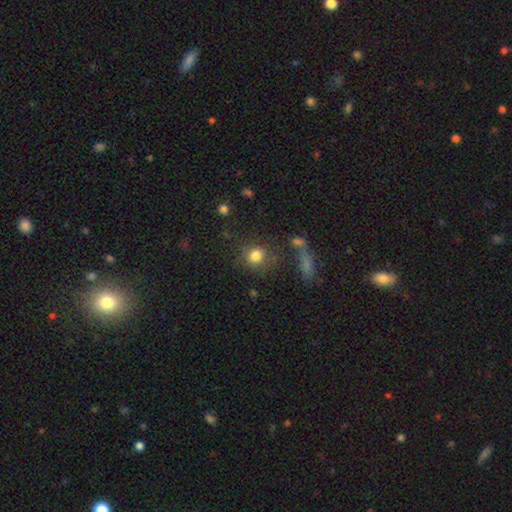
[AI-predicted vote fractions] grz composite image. It shows a smooth galaxy with no disk features (81%) that is round (85%). Merging: none (76%).